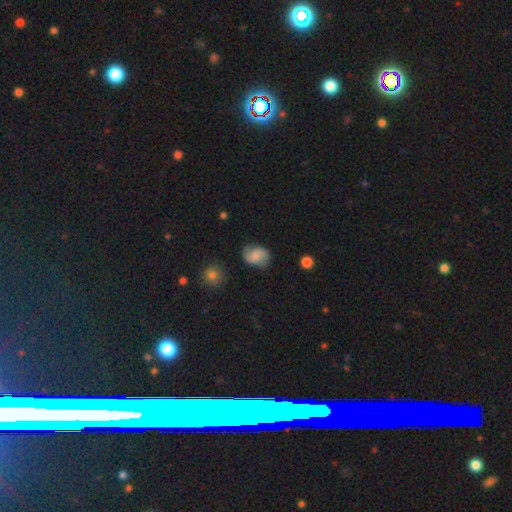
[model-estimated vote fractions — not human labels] Smooth or featured? Predicted: featured or disk (p=0.51). Edge-on disk? Predicted: no (p=0.97). Bar? Predicted: no (p=0.54). Spiral arms? Predicted: yes (p=0.92). Bulge size? Predicted: none (p=0.36). Merging? Predicted: none (p=0.75).